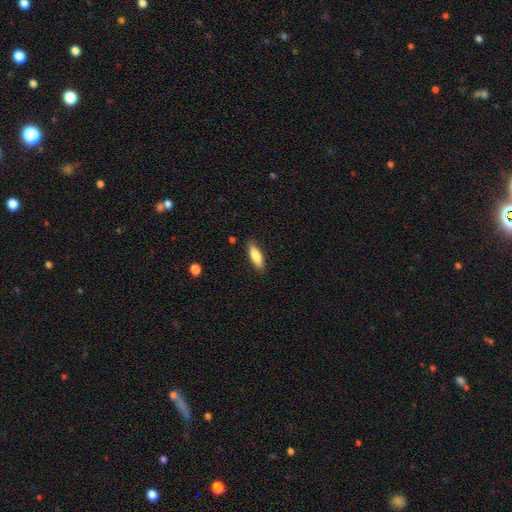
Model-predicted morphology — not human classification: This appears to be a smooth galaxy with no disk features (80%) that is in between round and cigar-shaped (50%). Merging: none (86%).